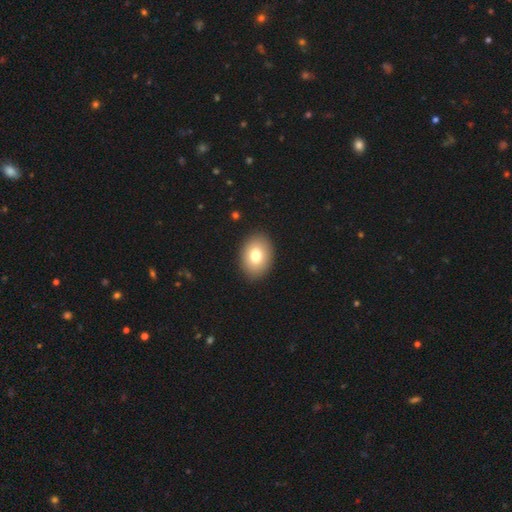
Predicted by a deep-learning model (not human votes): A smooth galaxy with no disk features (77%) that is in between round and cigar-shaped (76%).

Vote fractions:
- Smooth or featured? smooth: 77% / featured or disk: 15% / star or artifact: 8%
- How rounded? in between: 76% / round: 23% / cigar-shaped: 1%
- Merging? none: 90% / minor disturbance: 7% / major disturbance: 2% / merger: 1%